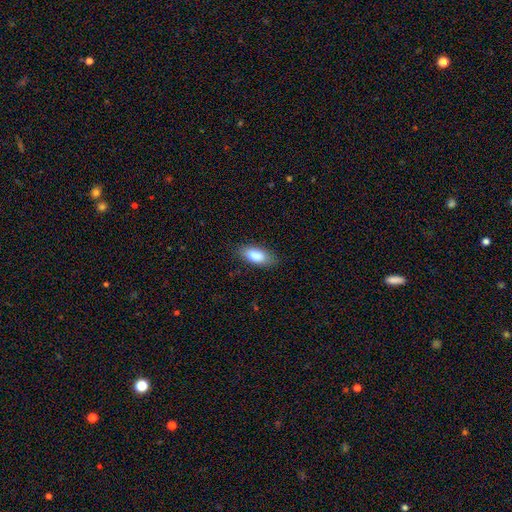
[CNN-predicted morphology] Overall: smooth (86%). How rounded: in between (85%). Merging: none (81%).